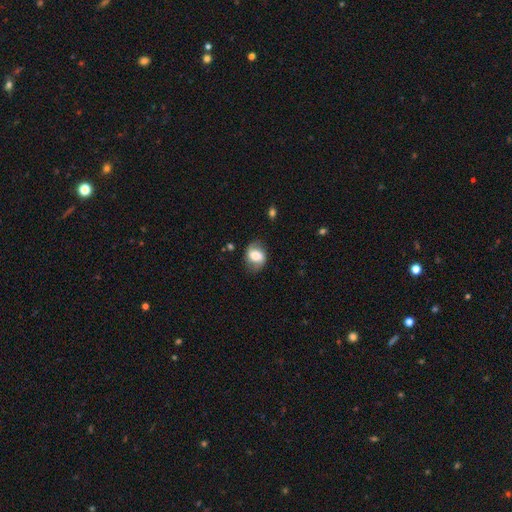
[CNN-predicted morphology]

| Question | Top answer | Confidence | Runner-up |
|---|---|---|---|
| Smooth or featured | smooth | 52% | featured or disk (39%) |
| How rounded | in between | 59% | round (40%) |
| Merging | none | 68% | minor disturbance (21%) |